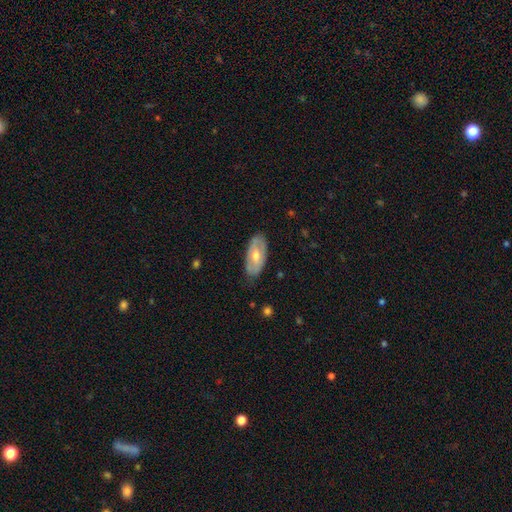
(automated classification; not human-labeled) Smooth or featured? Predicted: featured or disk (p=0.56). Edge-on disk? Predicted: no (p=0.86). Merging? Predicted: none (p=0.80).